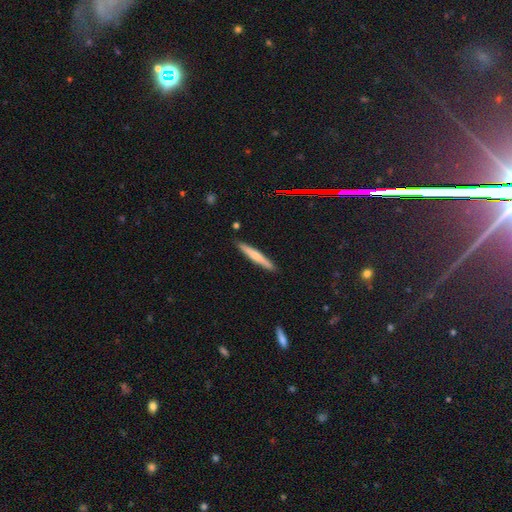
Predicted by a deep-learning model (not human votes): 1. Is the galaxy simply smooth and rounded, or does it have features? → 59% smooth, 34% featured or disk, 7% star or artifact.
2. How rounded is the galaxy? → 95% cigar-shaped, 4% in between, 1% round.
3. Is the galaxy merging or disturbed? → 90% none, 8% minor disturbance, 1% merger, 1% major disturbance.